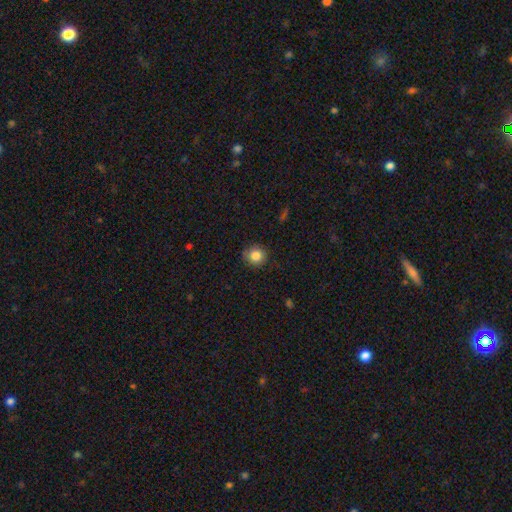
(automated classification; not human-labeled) Morphology: type=smooth (84%); roundness=round (91%); merging=none (86%).